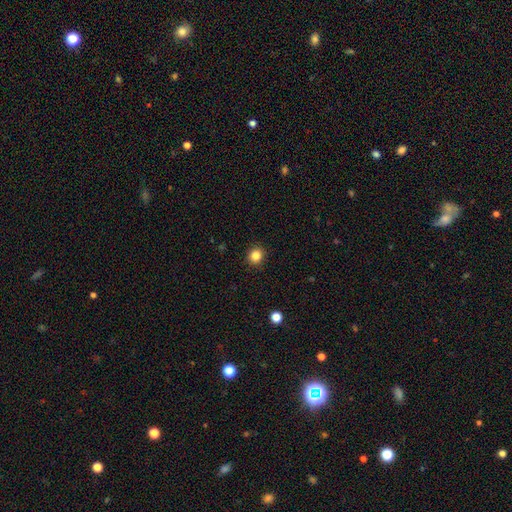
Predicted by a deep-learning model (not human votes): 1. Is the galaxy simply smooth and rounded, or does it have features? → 84% smooth, 11% star or artifact, 4% featured or disk.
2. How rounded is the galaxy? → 86% round, 13% in between, 1% cigar-shaped.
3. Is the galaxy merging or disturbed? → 92% none, 6% minor disturbance, 2% major disturbance, 1% merger.